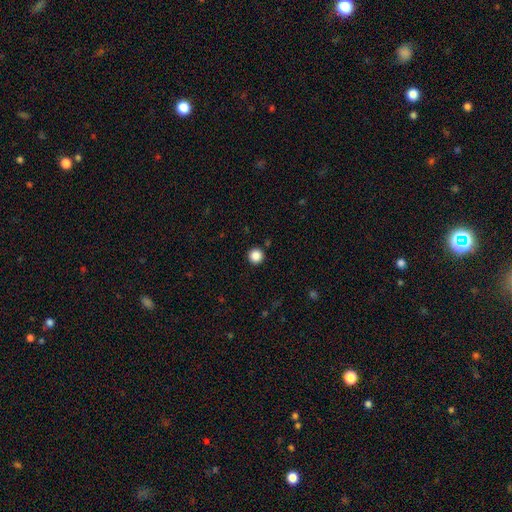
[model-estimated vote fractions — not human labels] This appears to be a smooth galaxy with no disk features (87%) that is round (96%). Merging: none (92%).